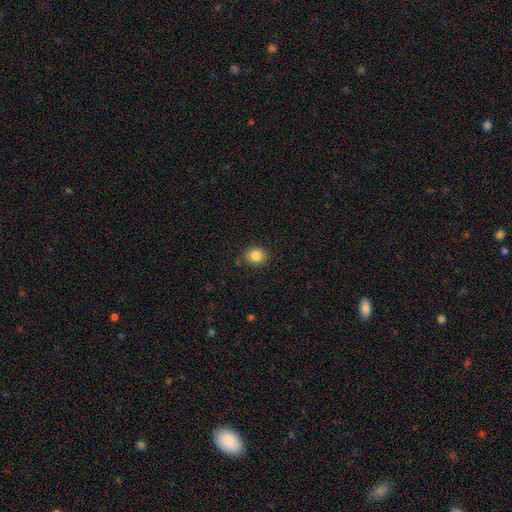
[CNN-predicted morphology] smooth_or_featured: smooth (p=0.85) [alt: star or artifact p=0.10]
how_rounded: round (p=0.72) [alt: in between p=0.27]
merging: none (p=0.84) [alt: minor disturbance p=0.11]